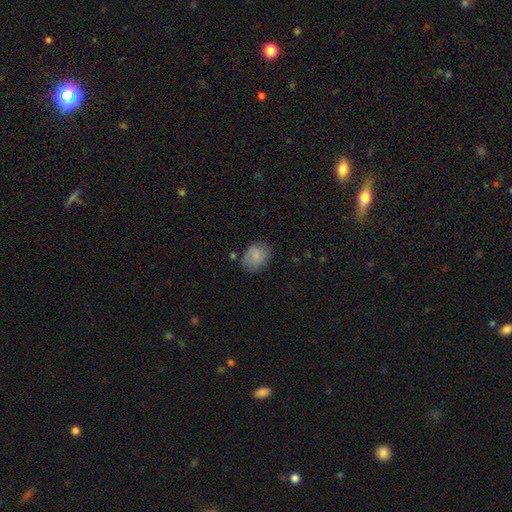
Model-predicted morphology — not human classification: Smooth or featured? Predicted: smooth (p=0.79). How rounded? Predicted: in between (p=0.54). Merging? Predicted: none (p=0.70).